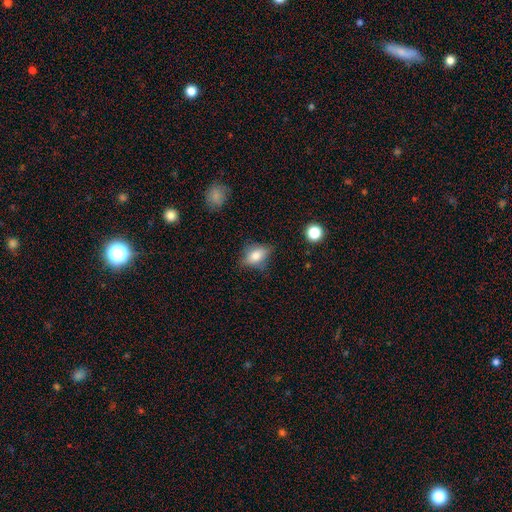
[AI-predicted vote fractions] smooth 70%, featured or disk 20%, star or artifact 10%. Down the decision tree: how rounded — in between (76%); merging — none (65%).